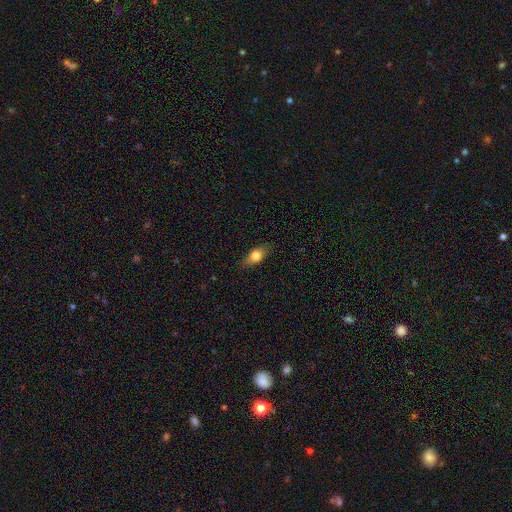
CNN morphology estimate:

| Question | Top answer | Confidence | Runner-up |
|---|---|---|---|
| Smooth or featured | smooth | 73% | featured or disk (19%) |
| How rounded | in between | 75% | cigar-shaped (13%) |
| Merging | none | 83% | minor disturbance (13%) |